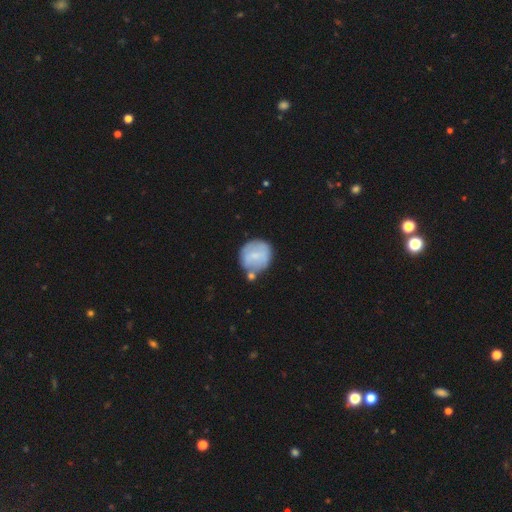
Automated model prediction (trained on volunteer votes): Q: Smooth or featured?
A: smooth (62%); runner-up: featured or disk (31%)
Q: How rounded?
A: round (84%); runner-up: in between (14%)
Q: Merging?
A: none (54%); runner-up: minor disturbance (23%)